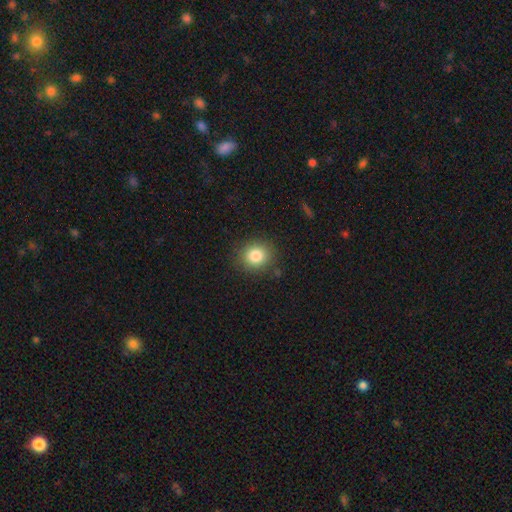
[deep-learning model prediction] Morphology: type=smooth (83%); roundness=round (84%); merging=none (87%).